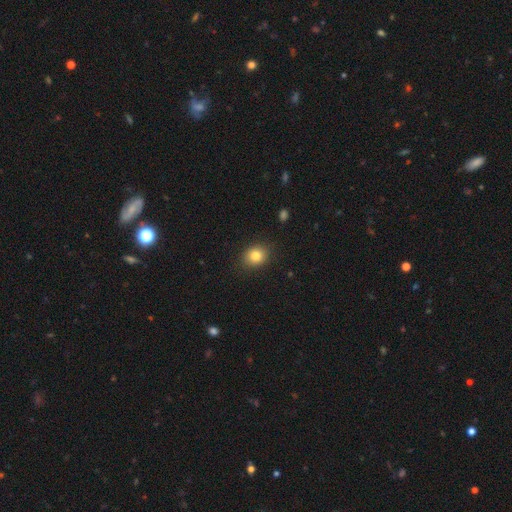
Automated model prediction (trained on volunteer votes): Morphology: type=smooth (82%); roundness=round (59%); merging=none (86%).